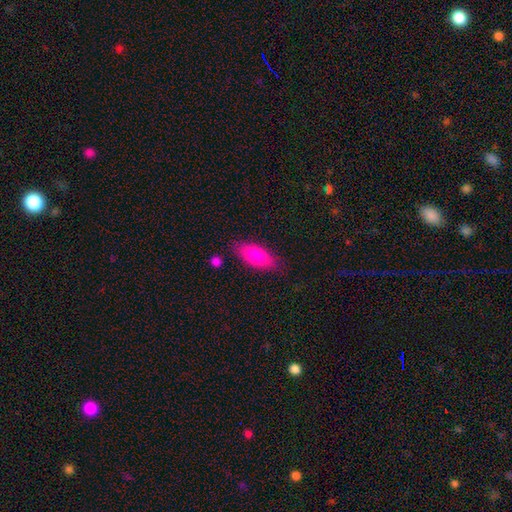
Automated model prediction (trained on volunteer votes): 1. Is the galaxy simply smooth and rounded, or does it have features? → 80% smooth, 13% featured or disk, 6% star or artifact.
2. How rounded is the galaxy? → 77% in between, 20% cigar-shaped, 3% round.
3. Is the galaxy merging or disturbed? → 81% none, 14% minor disturbance, 3% major disturbance, 3% merger.